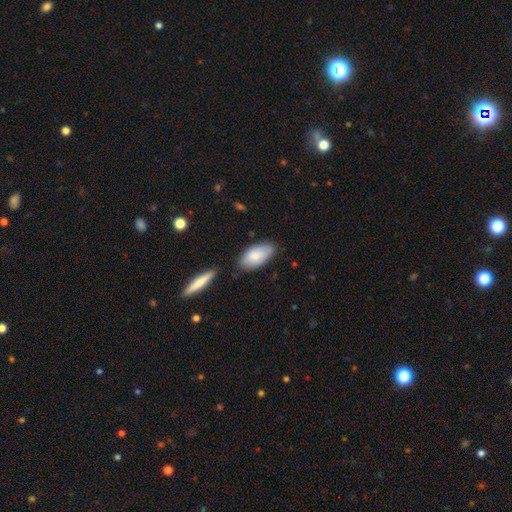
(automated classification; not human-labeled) Morphology: type=smooth (81%); roundness=in between (93%); merging=none (75%).